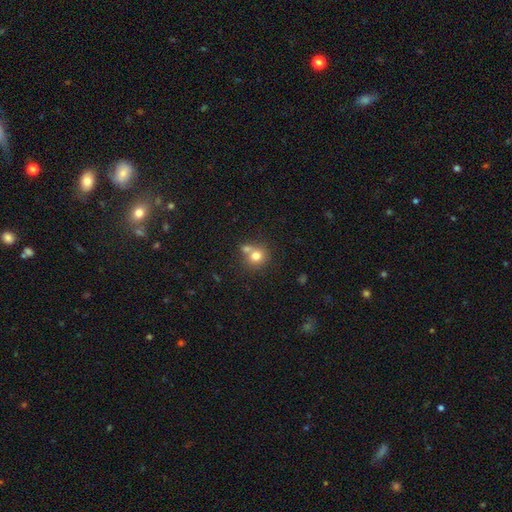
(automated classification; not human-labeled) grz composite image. It shows a smooth galaxy with no disk features (76%) that is round (83%). Merging: none (49%).